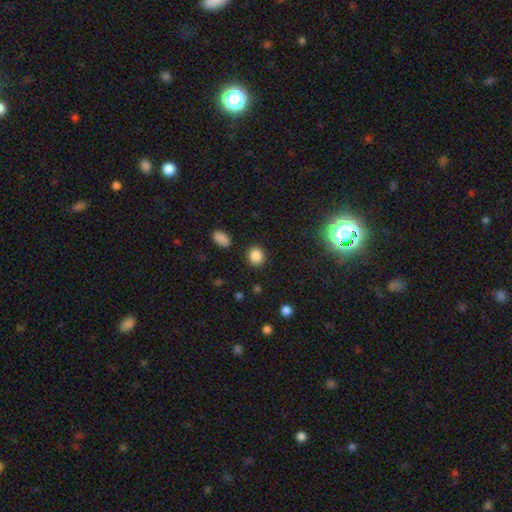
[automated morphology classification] Smooth or featured? smooth (86%)
How rounded? round (72%)
Merging? none (88%)